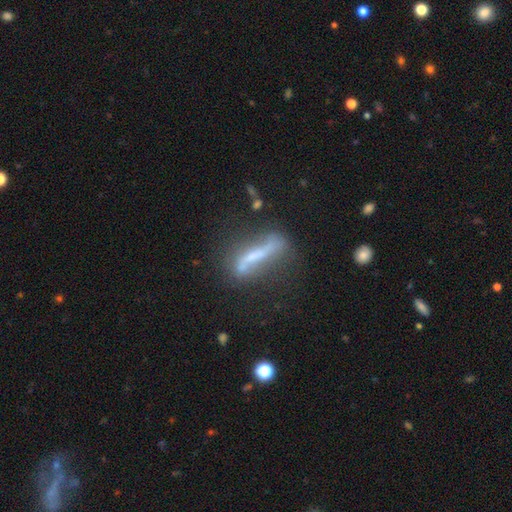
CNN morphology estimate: A featured or disk galaxy (65%).

Vote fractions:
- Smooth or featured? featured or disk: 65% / smooth: 26% / star or artifact: 9%
- Edge-on disk? no: 53% / yes: 47%
- Merging? none: 56% / minor disturbance: 22% / major disturbance: 14% / merger: 8%